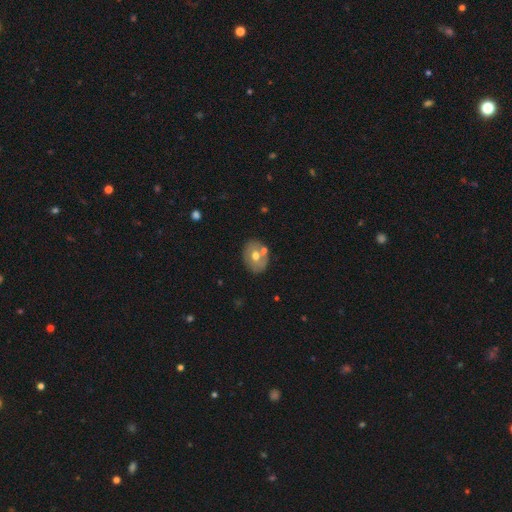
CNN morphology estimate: Q: Smooth or featured?
A: smooth (55%); runner-up: featured or disk (37%)
Q: How rounded?
A: in between (58%); runner-up: round (41%)
Q: Merging?
A: none (69%); runner-up: minor disturbance (14%)